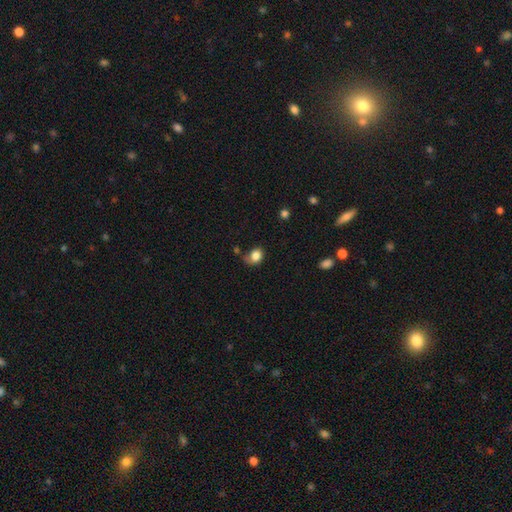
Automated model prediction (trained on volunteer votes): Overall: smooth (81%). How rounded: round (55%; in between 44%). Merging: none (47%; minor disturbance 30%).